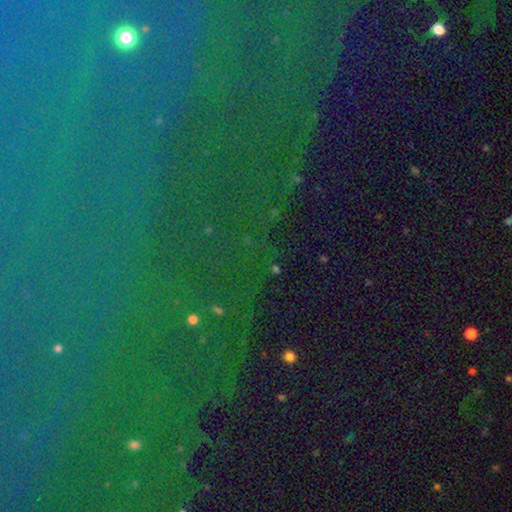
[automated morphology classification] smooth_or_featured: star or artifact (p=0.84) [alt: smooth p=0.08]